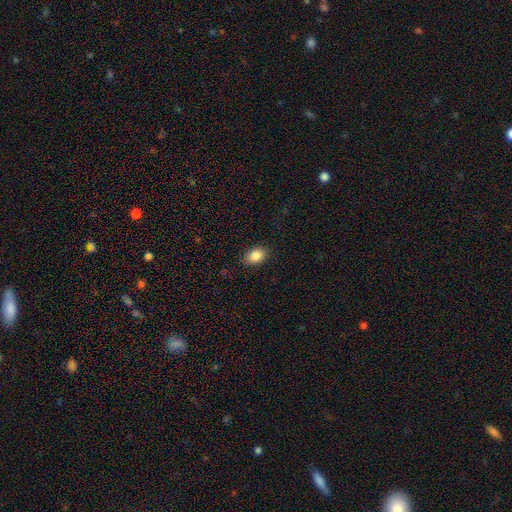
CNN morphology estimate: type=smooth (87%); roundness=in between (79%); merging=none (86%).